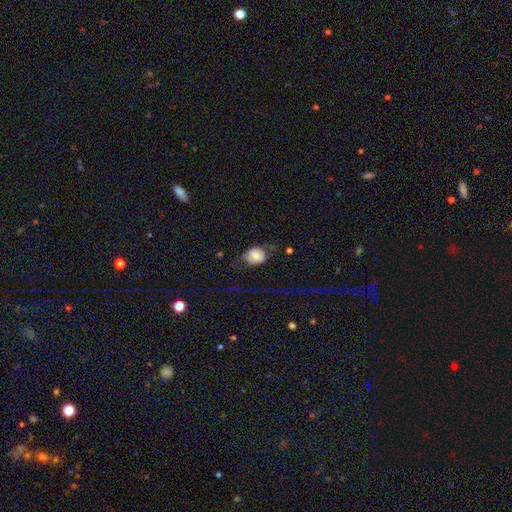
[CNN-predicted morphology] Q: Smooth or featured?
A: smooth (66%); runner-up: featured or disk (24%)
Q: How rounded?
A: in between (51%); runner-up: round (47%)
Q: Merging?
A: none (46%); runner-up: major disturbance (30%)